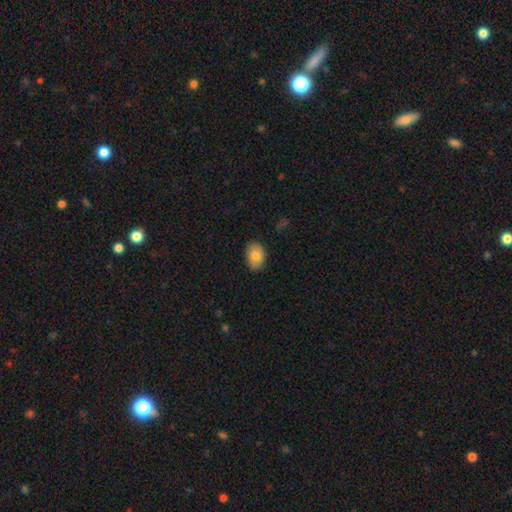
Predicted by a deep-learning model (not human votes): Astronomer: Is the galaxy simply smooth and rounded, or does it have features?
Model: smooth — 80%.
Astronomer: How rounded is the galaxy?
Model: in between — 82%.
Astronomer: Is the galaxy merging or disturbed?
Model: none — 82%.